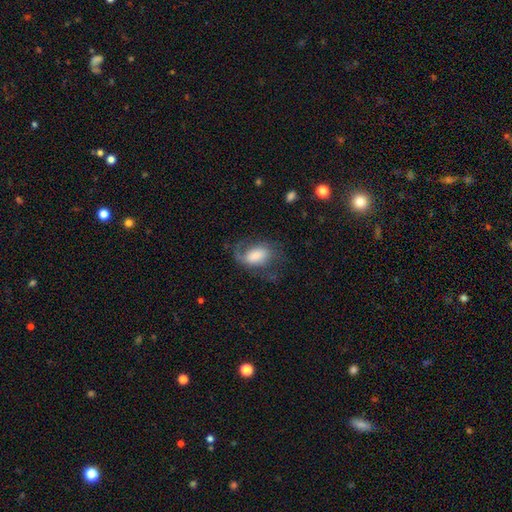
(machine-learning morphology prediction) This appears to be a featured or disk galaxy (51%). Merging: none (46%).